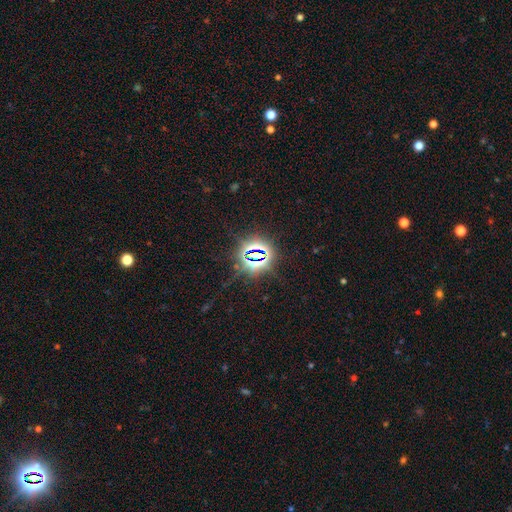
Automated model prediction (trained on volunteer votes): This is clearly a star or artifact rather than a galaxy (81%).